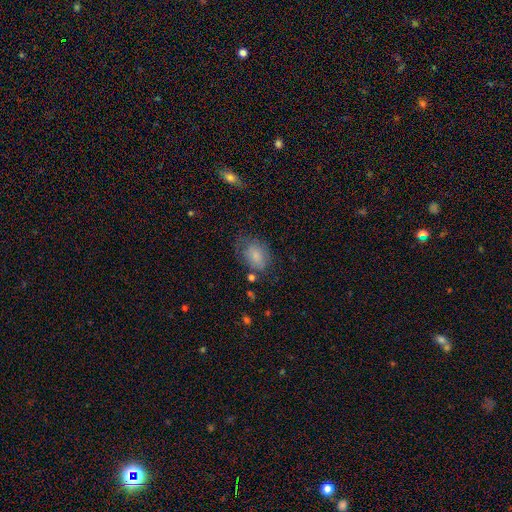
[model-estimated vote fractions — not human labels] Overall: smooth (77%). How rounded: in between (75%). Merging: none (53%; minor disturbance 29%).